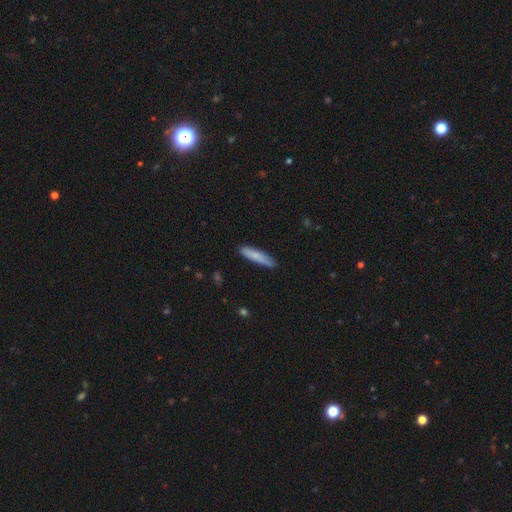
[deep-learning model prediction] This is likely a smooth galaxy (77%). How rounded: clearly cigar-shaped (84%). Merging: clearly none (84%).